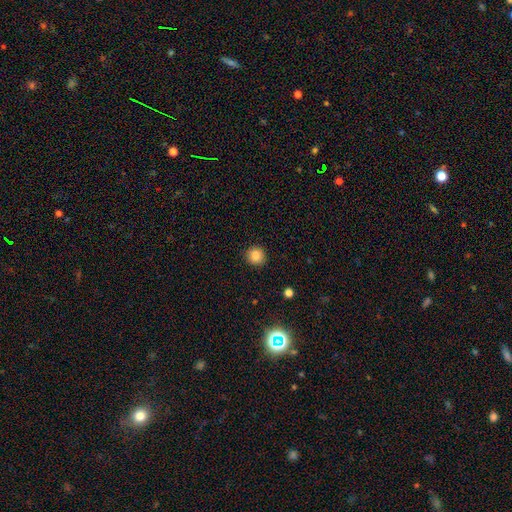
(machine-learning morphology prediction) The model was most divided on "smooth or featured": smooth: 84%, star or artifact: 11%, featured or disk: 5%. More confident: how rounded — round (92%); merging — none (91%).